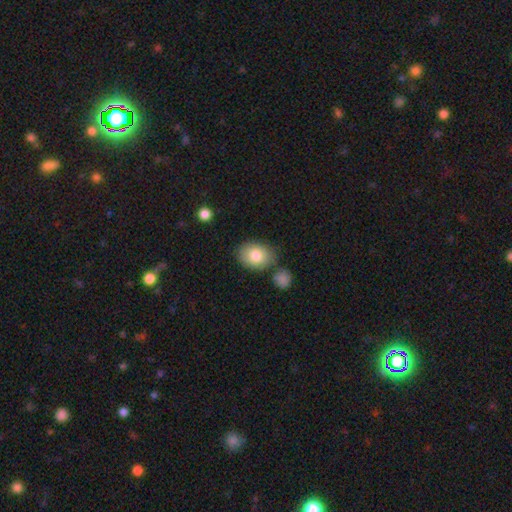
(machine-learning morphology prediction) Overall: smooth (82%). How rounded: in between (65%; round 34%). Merging: none (73%).